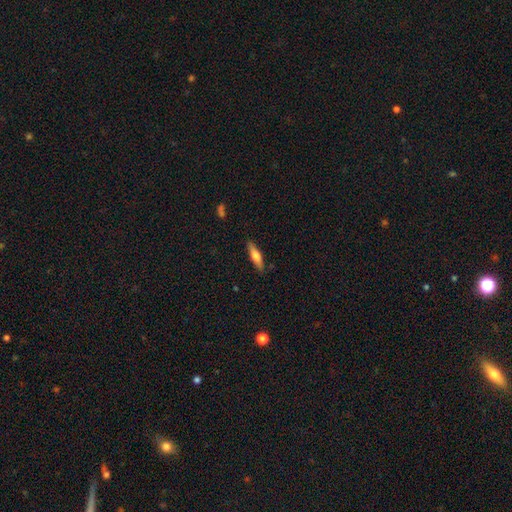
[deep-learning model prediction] Smooth or featured? smooth (57%)
How rounded? cigar-shaped (71%)
Merging? none (87%)